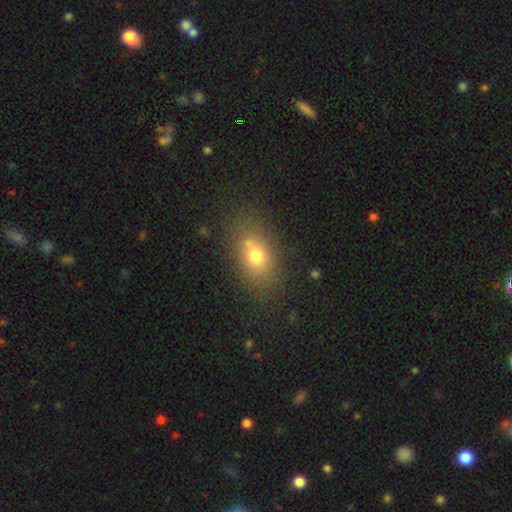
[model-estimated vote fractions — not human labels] Q: Smooth or featured?
A: smooth (72%); runner-up: featured or disk (16%)
Q: How rounded?
A: in between (75%); runner-up: round (22%)
Q: Merging?
A: none (66%); runner-up: merger (16%)